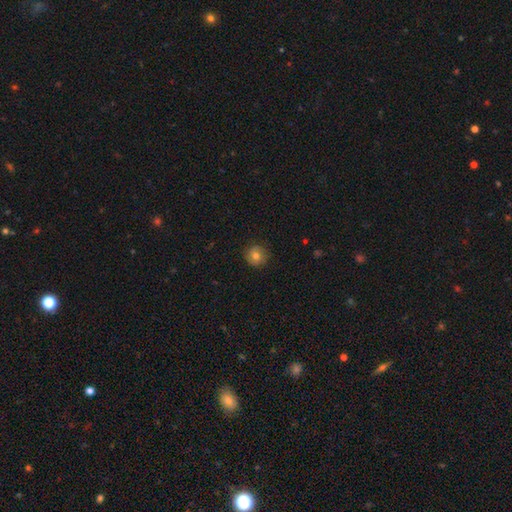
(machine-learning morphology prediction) type=smooth (72%); roundness=round (90%); merging=none (85%).